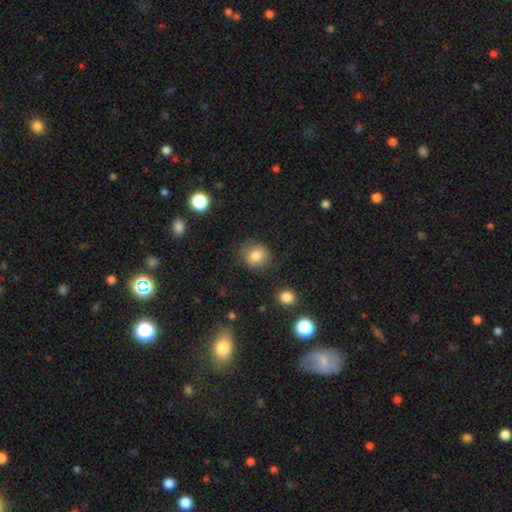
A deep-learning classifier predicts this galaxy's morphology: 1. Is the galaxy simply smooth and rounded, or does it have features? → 83% smooth, 10% star or artifact, 7% featured or disk.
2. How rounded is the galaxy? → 81% round, 18% in between, 1% cigar-shaped.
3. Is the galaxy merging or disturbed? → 78% none, 15% minor disturbance, 5% major disturbance, 2% merger.